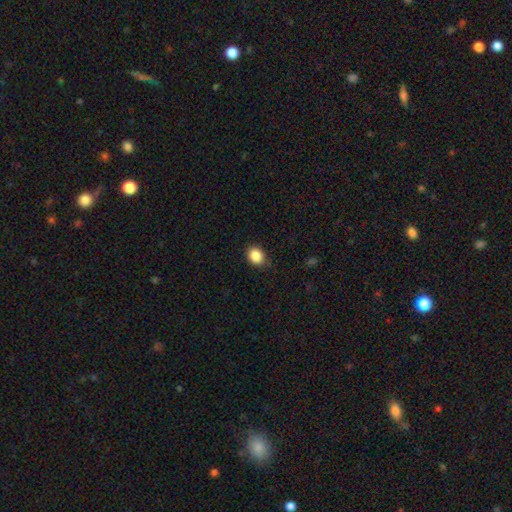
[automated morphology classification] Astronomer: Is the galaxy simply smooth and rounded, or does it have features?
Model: smooth — 88%.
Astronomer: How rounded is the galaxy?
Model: round — 59% (runner-up: in between, 40%).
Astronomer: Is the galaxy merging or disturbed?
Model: none — 82%.